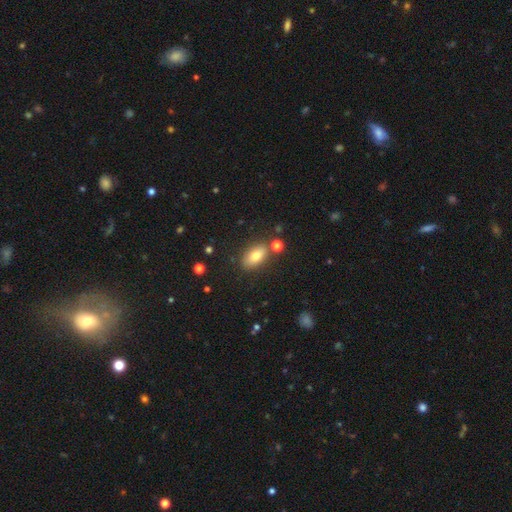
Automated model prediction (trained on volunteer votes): smooth-or-featured: smooth: 77% | featured or disk: 15% | star or artifact: 9%
  how-rounded: in between: 87% | round: 6% | cigar-shaped: 6%
  merging: none: 79% | minor disturbance: 11% | merger: 7% | major disturbance: 3%